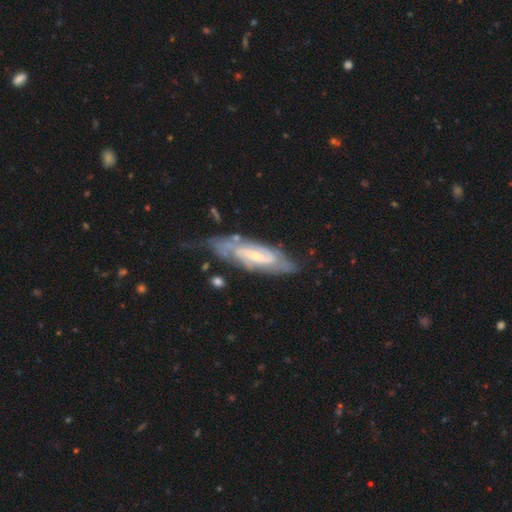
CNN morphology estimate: smooth-or-featured: featured or disk: 81% | smooth: 13% | star or artifact: 5%
  disk-edge-on: no: 86% | yes: 14%
    bar: weak: 44% | no: 35% | strong: 21%
    has-spiral-arms: yes: 91% | no: 9%
      spiral-winding: tight: 52% | medium: 36% | loose: 12%
      spiral-arm-count: 2: 52% | can't tell: 32% | 3: 7% | 4: 3% | 1: 3% | more than 4: 2%
    bulge-size: small: 64% | moderate: 31% | none: 3% | large: 2% | dominant: 1%
  merging: none: 57% | minor disturbance: 26% | major disturbance: 13% | merger: 4%